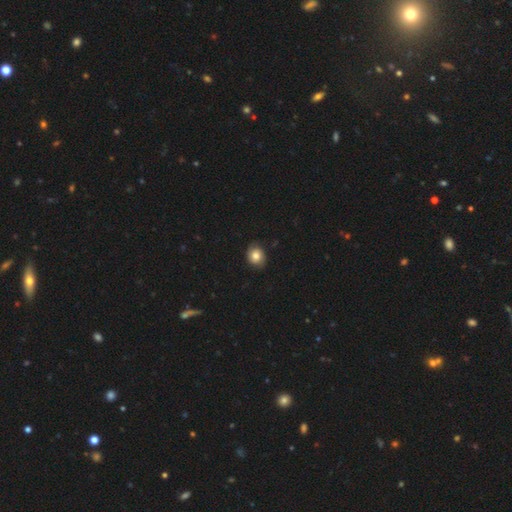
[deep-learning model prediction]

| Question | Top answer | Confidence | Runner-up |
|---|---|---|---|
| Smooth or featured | smooth | 77% | featured or disk (14%) |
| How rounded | round | 61% | in between (38%) |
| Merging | none | 81% | minor disturbance (15%) |